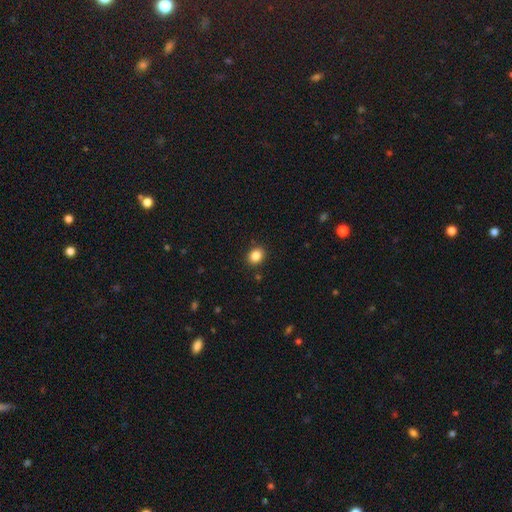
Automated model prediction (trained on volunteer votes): Smooth or featured: smooth — 86% (star or artifact — 10%)
How rounded: round — 58% (in between — 41%)
Merging: none — 89% (minor disturbance — 7%)